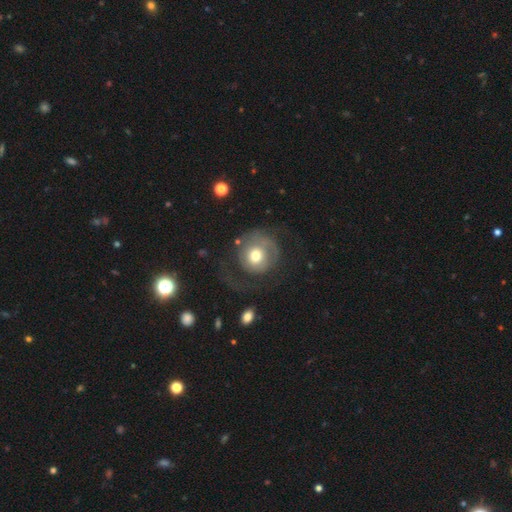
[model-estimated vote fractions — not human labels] Smooth or featured?
  - smooth: 49% *
  - featured or disk: 44%
  - star or artifact: 8%
Merging?
  - none: 41% *
  - major disturbance: 39%
  - minor disturbance: 17%
  - merger: 3%